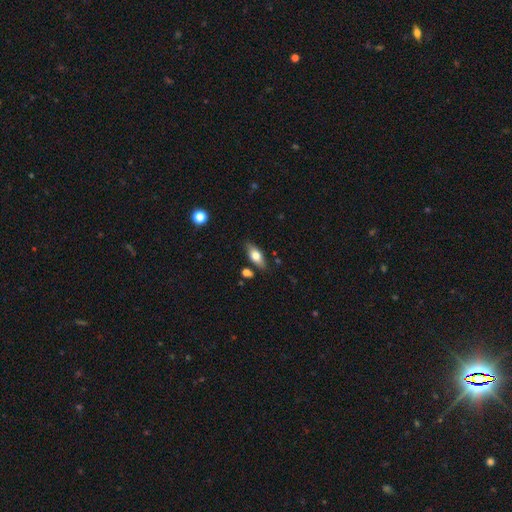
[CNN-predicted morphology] This appears to be a smooth galaxy with no disk features (67%) that is in between round and cigar-shaped (78%). Merging: none (81%).